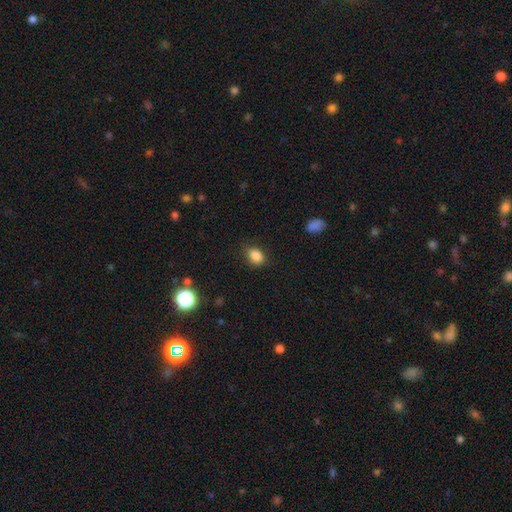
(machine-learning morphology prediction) Smooth or featured?
  - smooth: 86% *
  - star or artifact: 10%
  - featured or disk: 4%
How rounded?
  - in between: 74% *
  - round: 25%
  - cigar-shaped: 1%
Merging?
  - none: 80% *
  - minor disturbance: 15%
  - major disturbance: 4%
  - merger: 1%